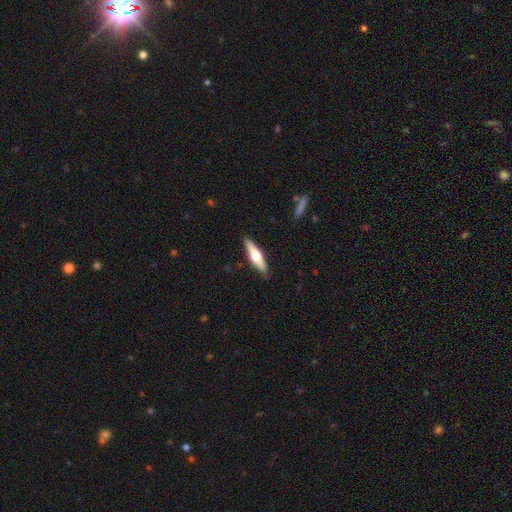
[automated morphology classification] Smooth or featured? Predicted: featured or disk (p=0.58). Edge-on disk? Predicted: yes (p=0.96). Edge-on bulge? Predicted: rounded (p=0.93). Merging? Predicted: none (p=0.89).